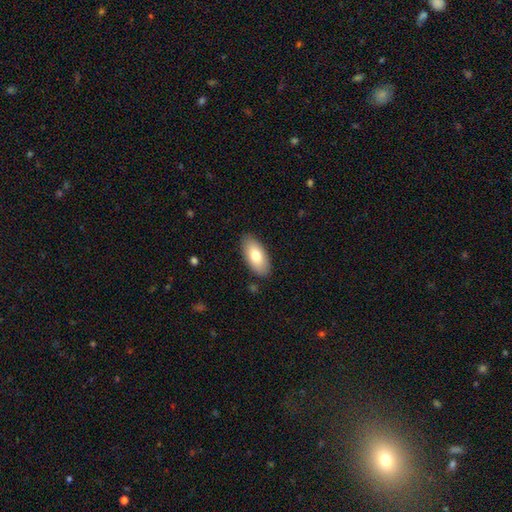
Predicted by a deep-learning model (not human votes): Overall: smooth (76%). How rounded: in between (93%). Merging: none (87%).